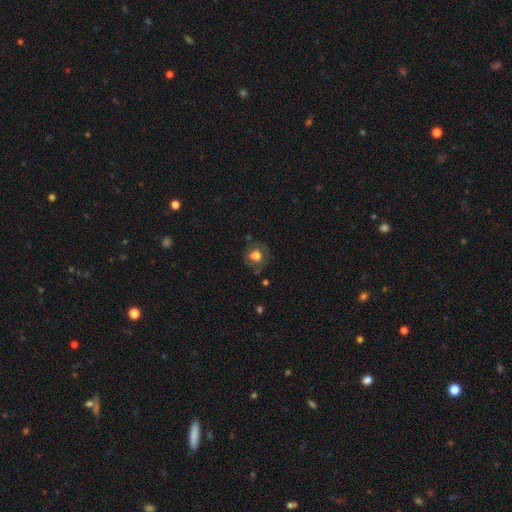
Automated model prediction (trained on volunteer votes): Morphology: type=smooth (54%); roundness=round (65%); merging=none (53%).